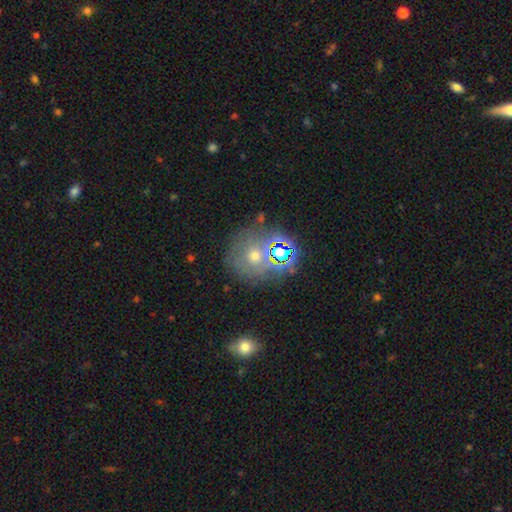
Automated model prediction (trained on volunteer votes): This appears to be a star or artifact, not a galaxy (42%).